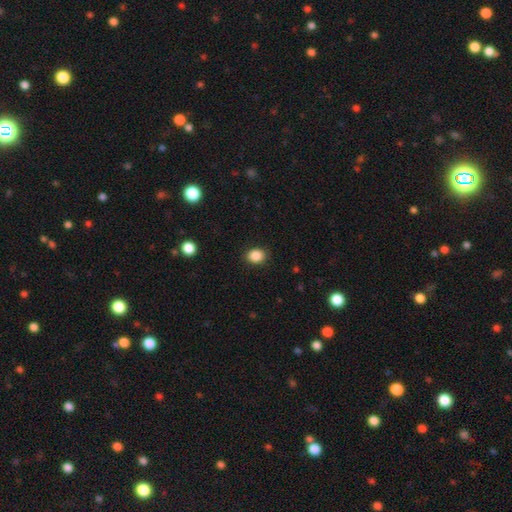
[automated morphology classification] smooth-or-featured: smooth: 87% | star or artifact: 9% | featured or disk: 4%
  how-rounded: in between: 50% | round: 49% | cigar-shaped: 1%
  merging: none: 88% | minor disturbance: 9% | major disturbance: 2% | merger: 1%